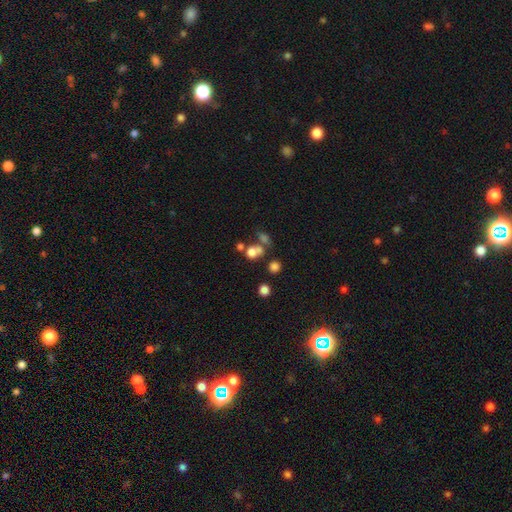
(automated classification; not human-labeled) smooth 53%, star or artifact 31%, featured or disk 16%. Down the decision tree: how rounded — round (70%); merging — none (47%).